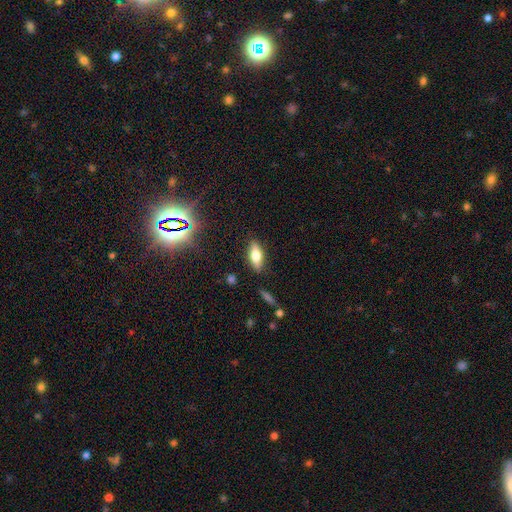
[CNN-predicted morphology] This is likely a smooth galaxy (62%). How rounded: likely in between (71%). Merging: clearly none (85%).